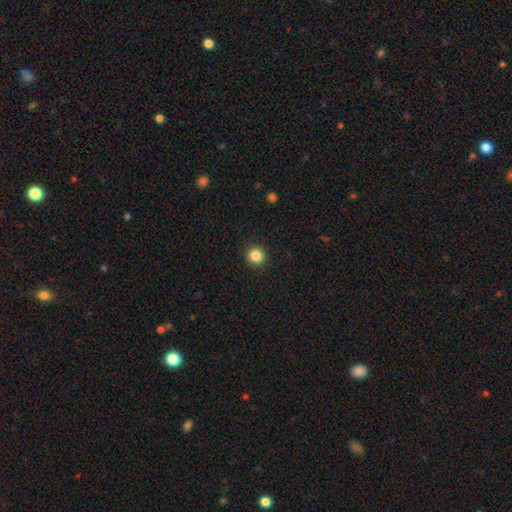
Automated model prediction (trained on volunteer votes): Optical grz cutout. It shows a smooth galaxy with no disk features (85%) that is round (95%). Merging: none (93%).